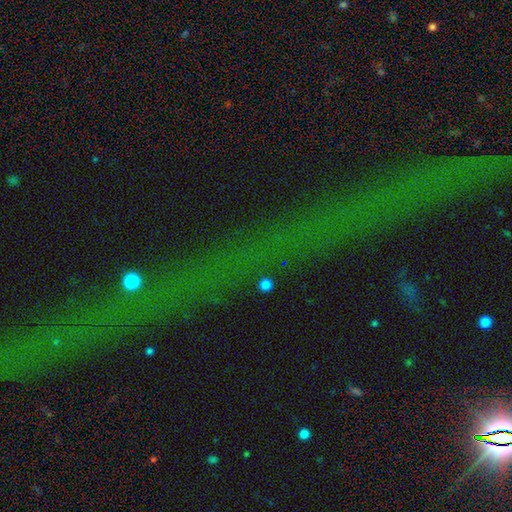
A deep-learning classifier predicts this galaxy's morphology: type=star or artifact (68%).